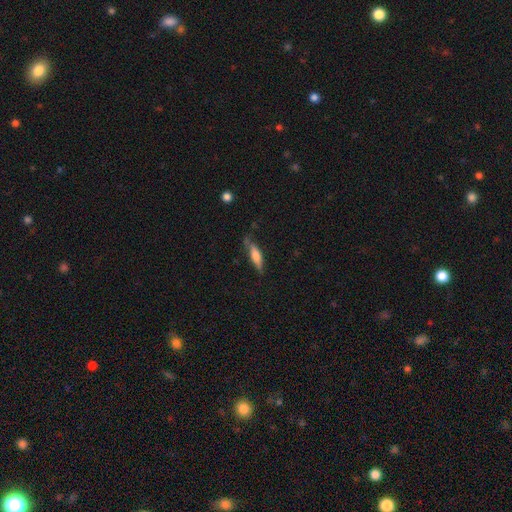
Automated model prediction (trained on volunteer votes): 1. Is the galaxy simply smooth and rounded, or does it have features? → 67% smooth, 27% featured or disk, 7% star or artifact.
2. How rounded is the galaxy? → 61% cigar-shaped, 37% in between, 2% round.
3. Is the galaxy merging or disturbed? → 63% none, 26% minor disturbance, 8% major disturbance, 3% merger.